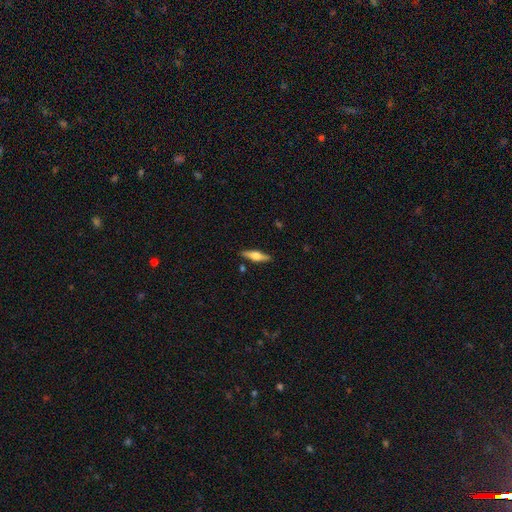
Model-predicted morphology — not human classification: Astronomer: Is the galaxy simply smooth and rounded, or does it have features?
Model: featured or disk — 55% (runner-up: smooth, 39%).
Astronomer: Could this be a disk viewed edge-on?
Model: yes — 96%.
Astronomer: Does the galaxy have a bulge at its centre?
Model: rounded — 89%.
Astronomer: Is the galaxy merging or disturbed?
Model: none — 87%.